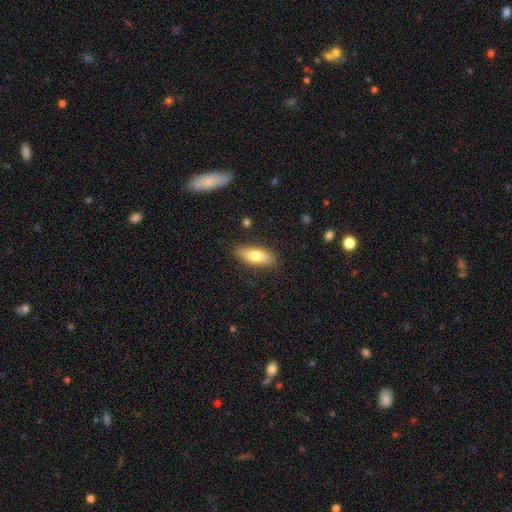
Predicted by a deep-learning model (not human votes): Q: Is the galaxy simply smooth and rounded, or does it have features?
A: smooth — 73%.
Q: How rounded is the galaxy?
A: in between — 67%.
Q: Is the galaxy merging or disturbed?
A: none — 84%.